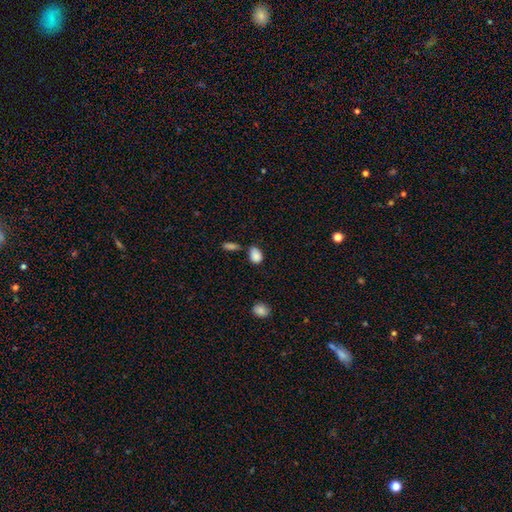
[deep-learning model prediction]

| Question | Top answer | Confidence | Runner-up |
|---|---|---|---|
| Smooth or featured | smooth | 87% | star or artifact (9%) |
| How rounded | in between | 78% | round (20%) |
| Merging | none | 57% | minor disturbance (25%) |